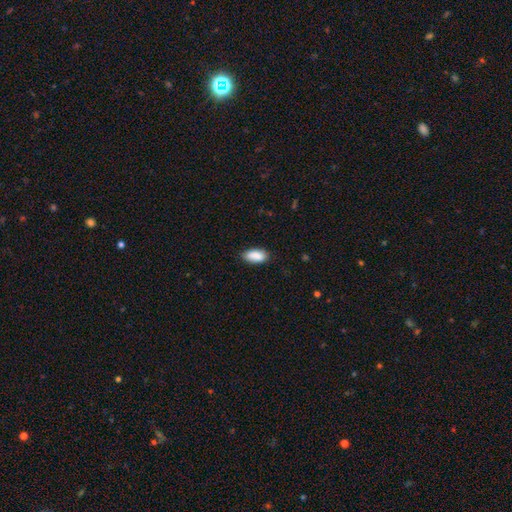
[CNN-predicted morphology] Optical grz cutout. It shows a smooth galaxy with no disk features (89%) that is in between round and cigar-shaped (90%). Merging: none (82%).